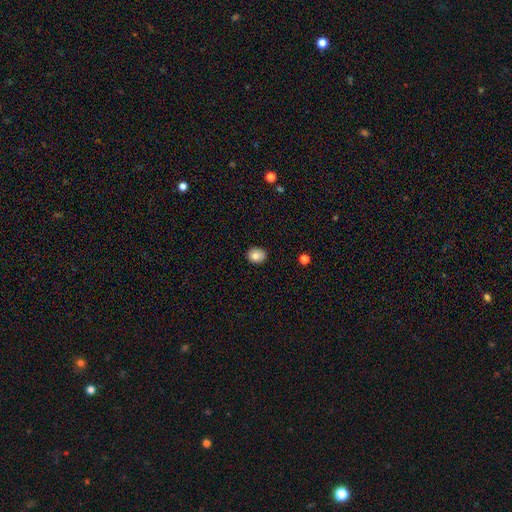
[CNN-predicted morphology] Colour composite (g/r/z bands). It shows a smooth galaxy with no disk features (83%) that is round (66%). Merging: none (88%).